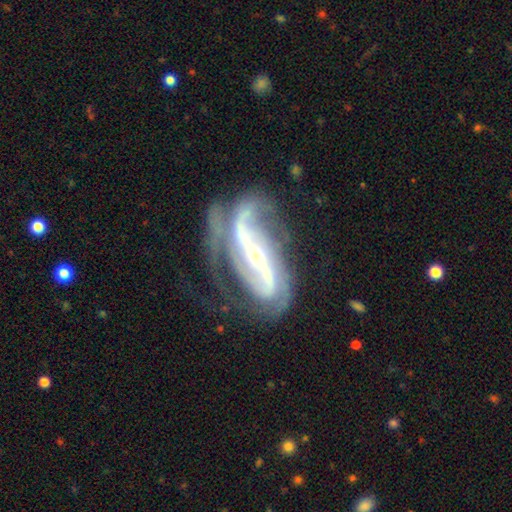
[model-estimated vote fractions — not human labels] Q: Smooth or featured?
A: featured or disk (91%); runner-up: star or artifact (5%)
Q: Edge-on disk?
A: no (93%); runner-up: yes (7%)
Q: Bar?
A: strong (67%); runner-up: weak (19%)
Q: Spiral arms?
A: yes (96%); runner-up: no (4%)
Q: Spiral winding?
A: medium (43%); runner-up: loose (31%)
Q: Spiral arm count?
A: 2 (73%); runner-up: 3 (9%)
Q: Bulge size?
A: small (71%); runner-up: moderate (26%)
Q: Merging?
A: none (49%); runner-up: minor disturbance (23%)